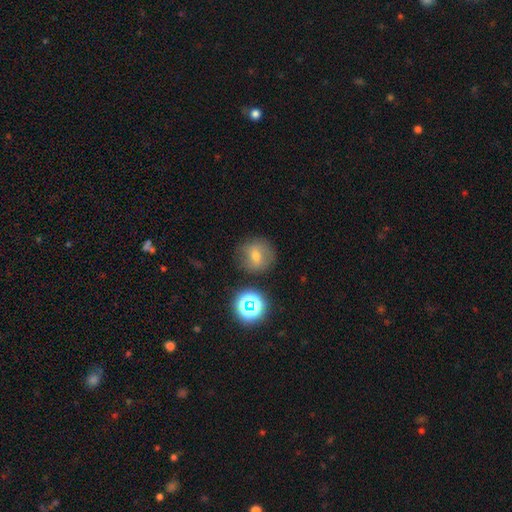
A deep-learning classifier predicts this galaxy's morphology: smooth-or-featured: smooth: 56% | featured or disk: 23% | star or artifact: 21%
  how-rounded: round: 88% | in between: 11% | cigar-shaped: 1%
  merging: none: 79% | minor disturbance: 12% | merger: 5% | major disturbance: 4%